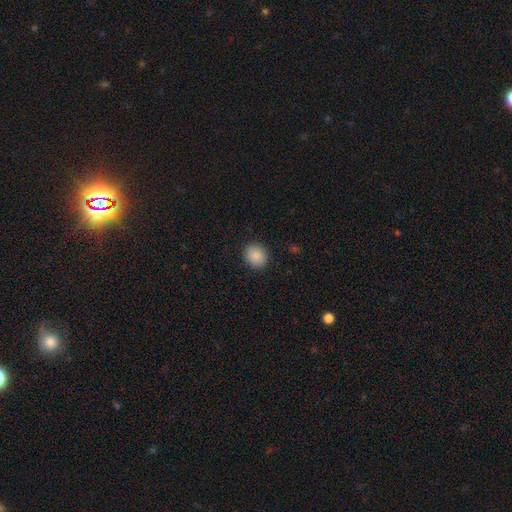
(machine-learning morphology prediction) This is clearly a smooth galaxy (88%). How rounded: likely round (76%). Merging: clearly none (90%).